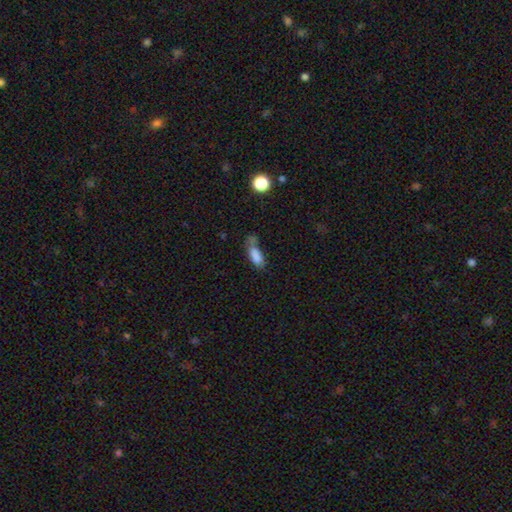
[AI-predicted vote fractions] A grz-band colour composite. It shows a smooth galaxy with no disk features (78%) that is in between round and cigar-shaped (71%). Merging: none (37%).